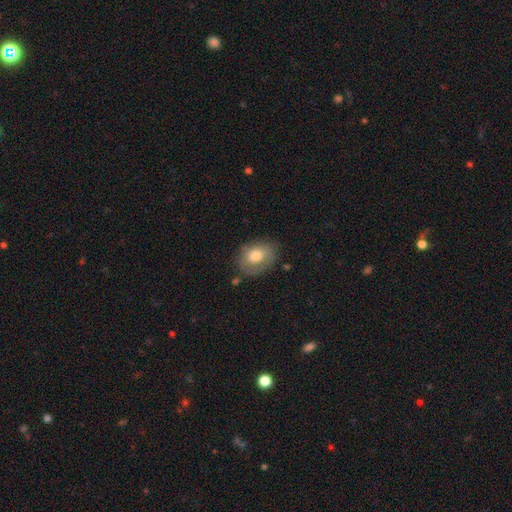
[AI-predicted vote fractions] smooth_or_featured: smooth (p=0.62) [alt: featured or disk p=0.31]
how_rounded: in between (p=0.56) [alt: round p=0.43]
merging: none (p=0.65) [alt: minor disturbance p=0.23]